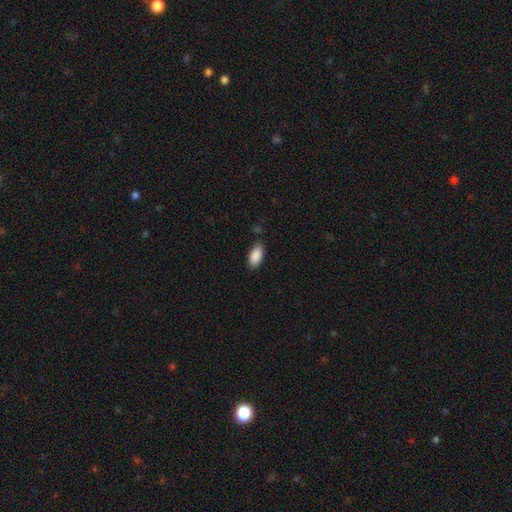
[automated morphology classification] The model was most divided on "merging": none: 80%, minor disturbance: 15%, major disturbance: 3%, merger: 2%. More confident: how rounded — in between (93%); smooth or featured — smooth (90%).